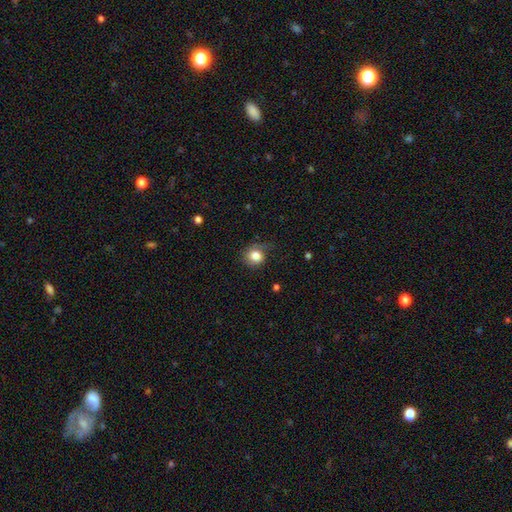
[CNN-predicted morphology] This is clearly a smooth galaxy (82%). How rounded: clearly round (80%). Merging: likely none (63%).